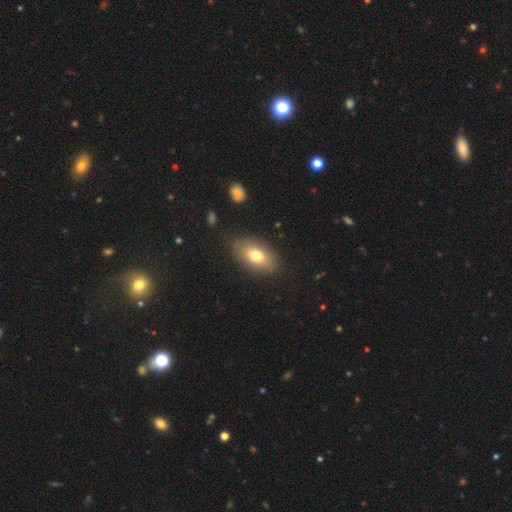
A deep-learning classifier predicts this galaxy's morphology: This is likely a smooth galaxy (74%). How rounded: clearly in between (90%). Merging: clearly none (84%).